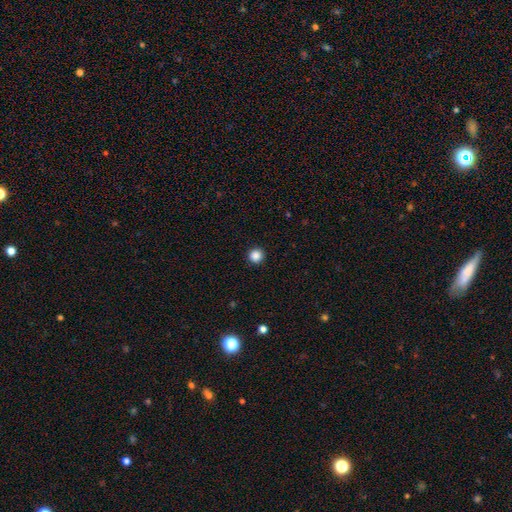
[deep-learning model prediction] This appears to be a smooth galaxy with no disk features (87%) that is round (96%). Merging: none (93%).